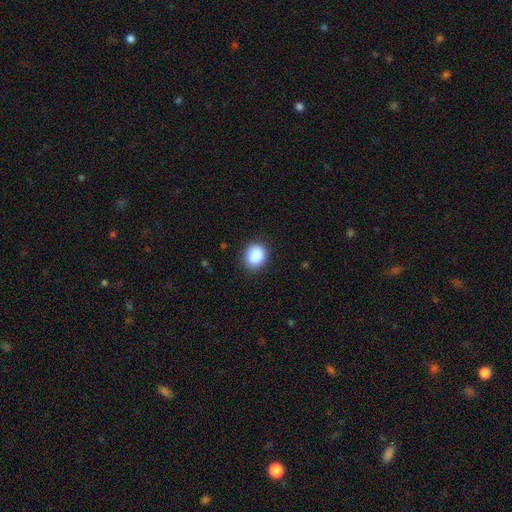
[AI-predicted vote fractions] Smooth or featured: smooth — 89% (star or artifact — 8%)
How rounded: round — 69% (in between — 30%)
Merging: none — 85% (minor disturbance — 11%)